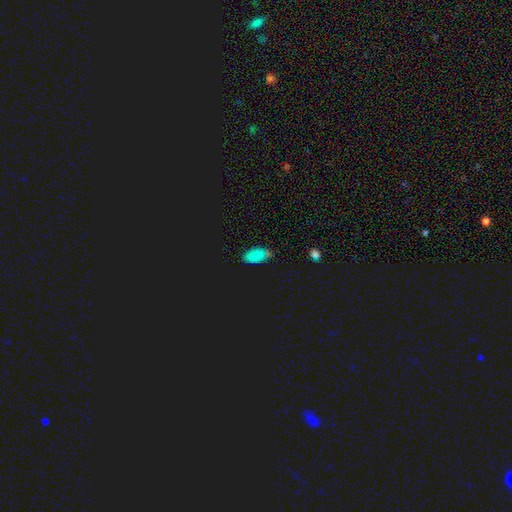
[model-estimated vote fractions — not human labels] Q: Smooth or featured?
A: smooth (69%); runner-up: star or artifact (24%)
Q: How rounded?
A: in between (92%); runner-up: round (4%)
Q: Merging?
A: none (70%); runner-up: minor disturbance (21%)